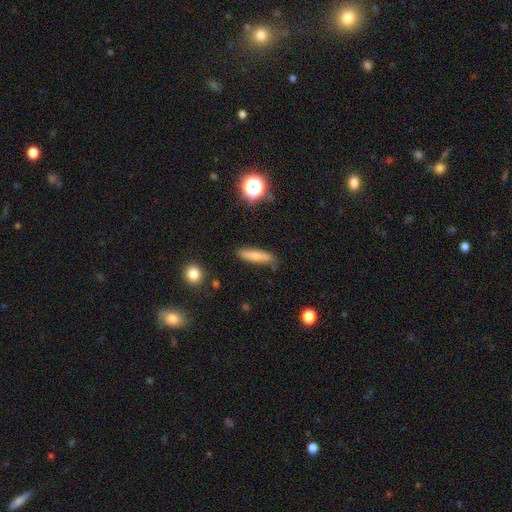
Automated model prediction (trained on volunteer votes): Q: Smooth or featured?
A: smooth (70%); runner-up: featured or disk (21%)
Q: How rounded?
A: cigar-shaped (74%); runner-up: in between (23%)
Q: Merging?
A: none (79%); runner-up: minor disturbance (15%)